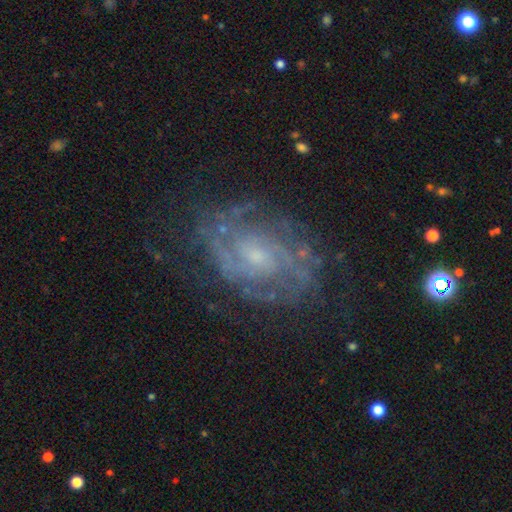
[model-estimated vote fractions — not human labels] featured or disk 83%, star or artifact 9%, smooth 9%. Down the decision tree: edge-on disk — no (97%); bar — no (62%); spiral arms — yes (92%); spiral arm count — 2 (37%); spiral winding — tight (60%); bulge size — small (68%); merging — none (74%).